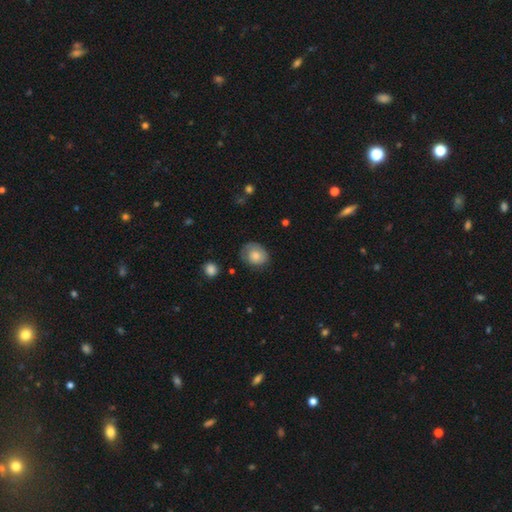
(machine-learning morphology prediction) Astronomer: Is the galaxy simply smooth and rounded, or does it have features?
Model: smooth — 75%.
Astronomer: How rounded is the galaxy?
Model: round — 55% (runner-up: in between, 44%).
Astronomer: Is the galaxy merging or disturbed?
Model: none — 65%.